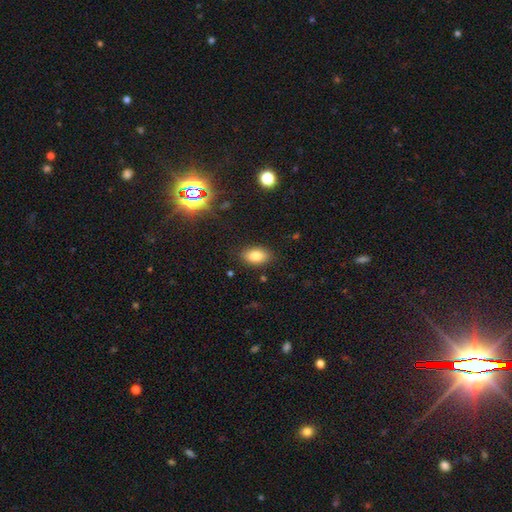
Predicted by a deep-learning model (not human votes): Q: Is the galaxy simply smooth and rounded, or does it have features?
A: smooth — 80%.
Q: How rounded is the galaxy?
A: in between — 90%.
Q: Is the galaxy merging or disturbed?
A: none — 86%.